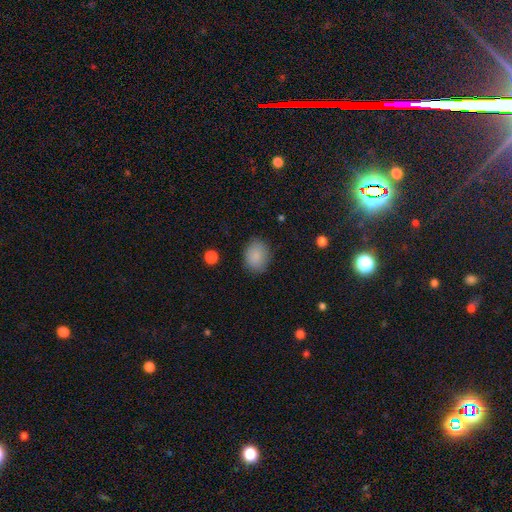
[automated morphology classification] Smooth or featured: smooth — 87% (star or artifact — 8%)
How rounded: in between — 59% (round — 40%)
Merging: none — 83% (minor disturbance — 13%)